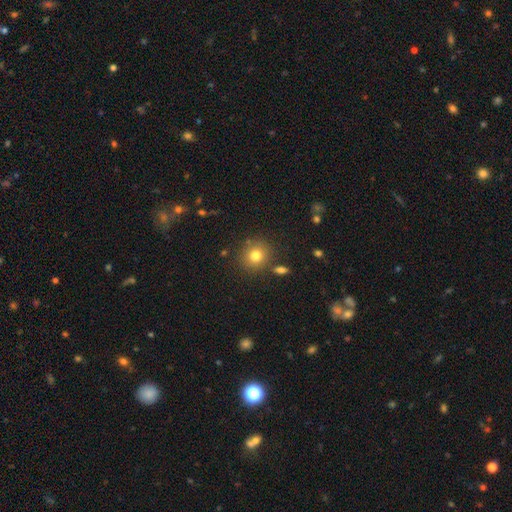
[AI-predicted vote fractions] A smooth galaxy with no disk features (78%) that is round (85%). Merging: none (82%).